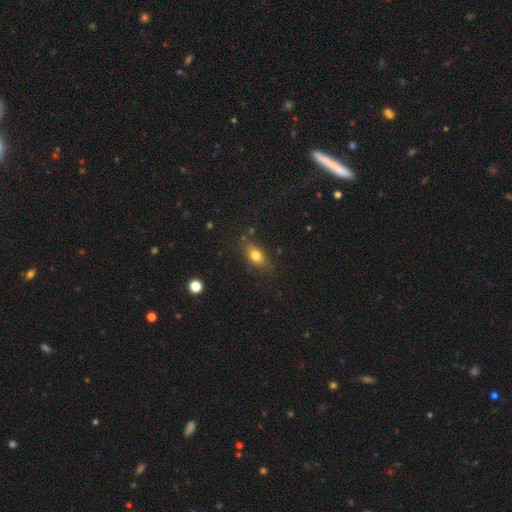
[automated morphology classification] The model was most divided on "smooth or featured": smooth: 74%, featured or disk: 15%, star or artifact: 10%. More confident: merging — none (78%); how rounded — in between (76%).